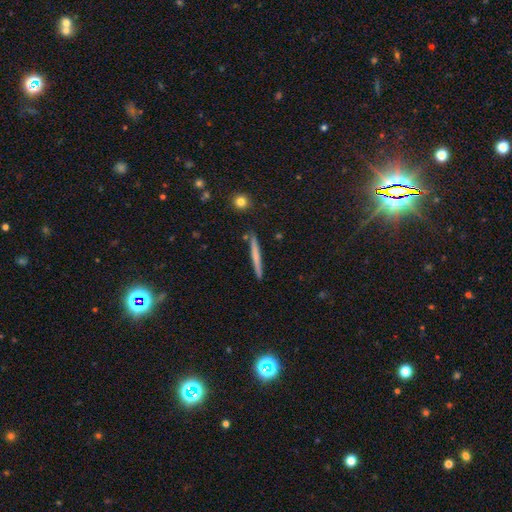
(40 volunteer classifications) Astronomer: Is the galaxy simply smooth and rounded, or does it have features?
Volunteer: smooth — 48% (runner-up: featured or disk, 45%).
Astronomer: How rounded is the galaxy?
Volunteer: cigar-shaped — 89%.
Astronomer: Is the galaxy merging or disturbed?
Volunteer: none — 84%.